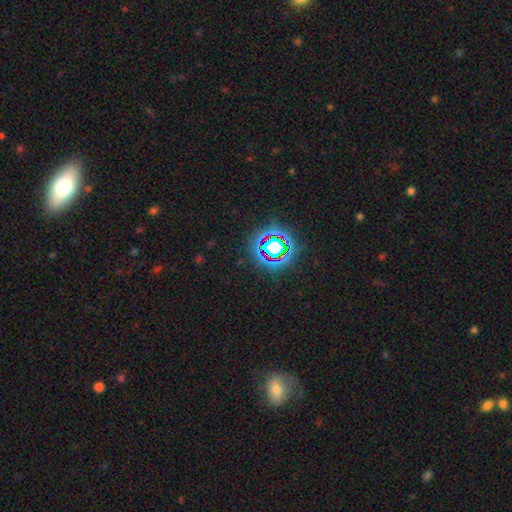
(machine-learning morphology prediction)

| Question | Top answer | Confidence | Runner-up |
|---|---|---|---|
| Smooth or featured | star or artifact | 75% | smooth (14%) |